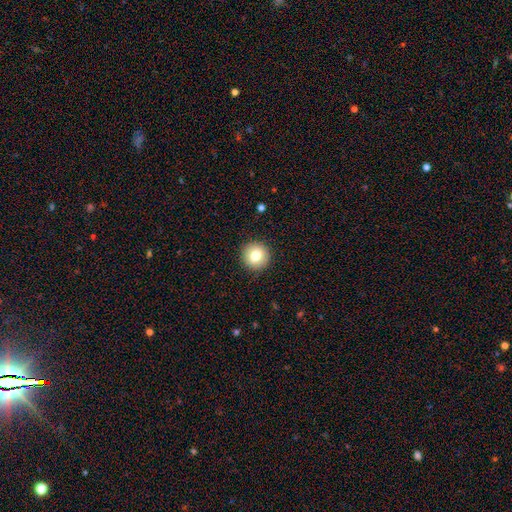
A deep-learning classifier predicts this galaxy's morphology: Smooth or featured? smooth (77%)
How rounded? round (94%)
Merging? none (91%)